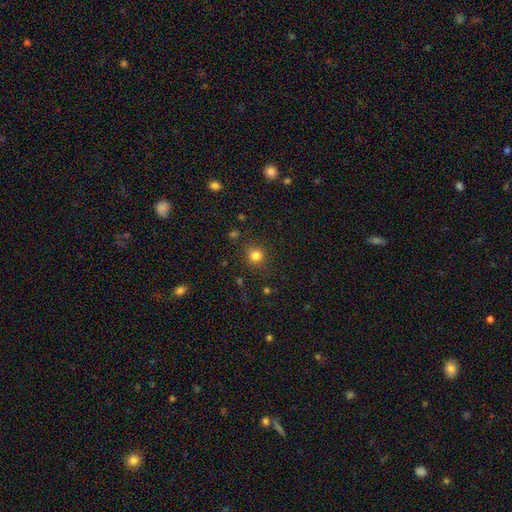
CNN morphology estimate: This is clearly a smooth galaxy (82%). How rounded: clearly round (91%). Merging: clearly none (87%).